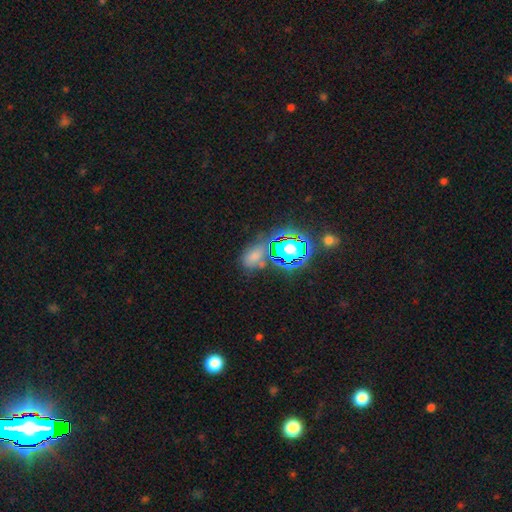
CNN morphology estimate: Smooth or featured?
  - smooth: 50% *
  - star or artifact: 39%
  - featured or disk: 11%
Merging?
  - none: 63% *
  - minor disturbance: 17%
  - merger: 12%
  - major disturbance: 8%